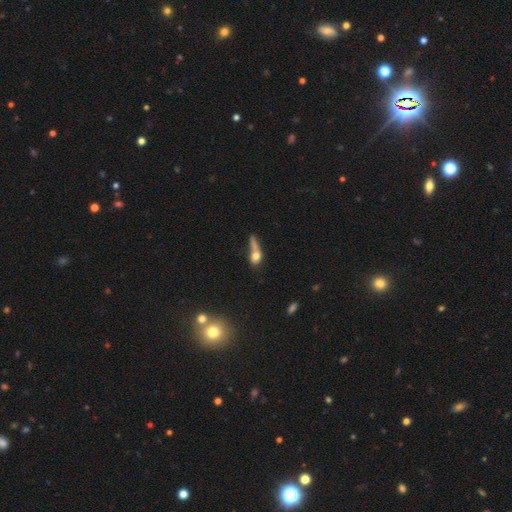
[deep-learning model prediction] Morphology: type=smooth (63%); roundness=in between (46%); merging=merger (38%).